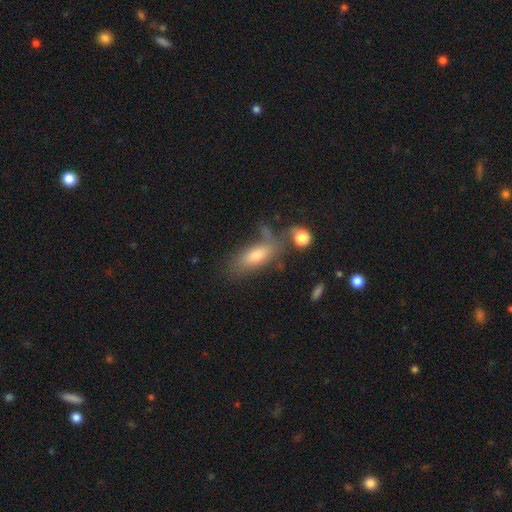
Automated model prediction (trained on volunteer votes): This is possibly a smooth galaxy (55%). How rounded: likely in between (70%). Merging: possibly none (55%).